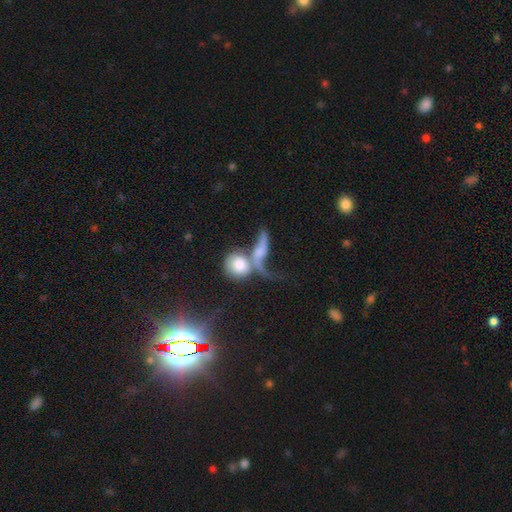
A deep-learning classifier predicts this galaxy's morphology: This is marginally a smooth galaxy (36%). Merging: possibly merger (53%).